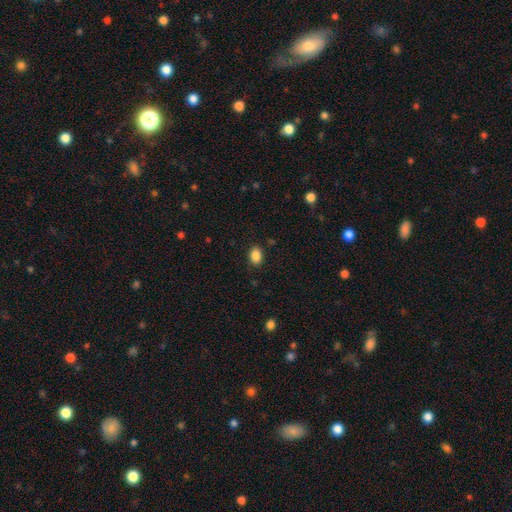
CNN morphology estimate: Smooth or featured?
  - smooth: 87% *
  - star or artifact: 9%
  - featured or disk: 4%
How rounded?
  - in between: 75% *
  - round: 24%
  - cigar-shaped: 1%
Merging?
  - none: 87% *
  - minor disturbance: 9%
  - major disturbance: 3%
  - merger: 1%